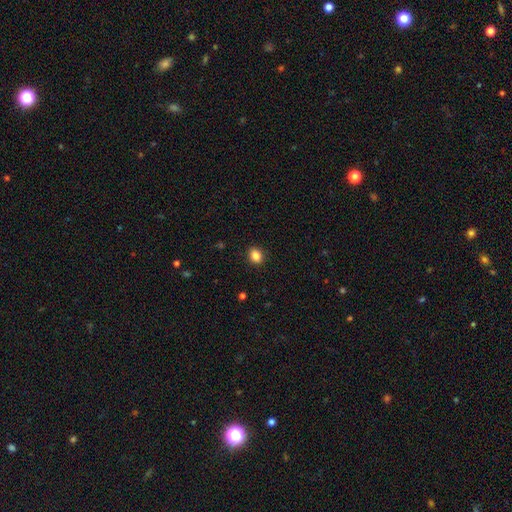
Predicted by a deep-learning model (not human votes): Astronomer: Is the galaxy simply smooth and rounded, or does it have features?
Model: smooth — 86%.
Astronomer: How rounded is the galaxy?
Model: in between — 51% (runner-up: round, 47%).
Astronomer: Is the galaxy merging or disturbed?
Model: none — 90%.